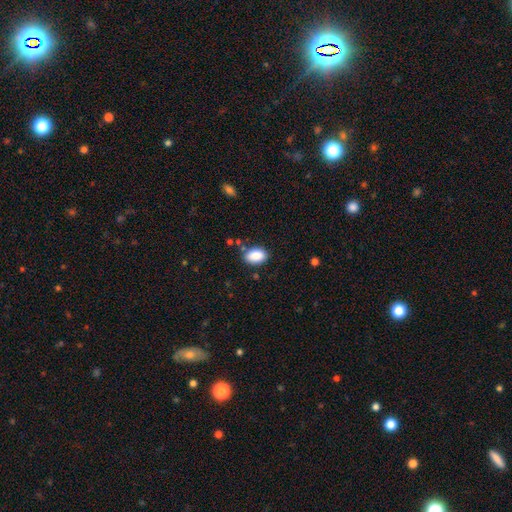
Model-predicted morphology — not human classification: Q: Smooth or featured?
A: smooth (88%); runner-up: star or artifact (8%)
Q: How rounded?
A: in between (86%); runner-up: round (13%)
Q: Merging?
A: none (80%); runner-up: minor disturbance (13%)